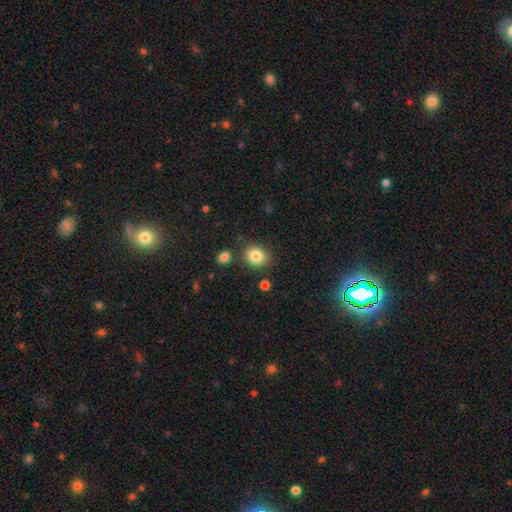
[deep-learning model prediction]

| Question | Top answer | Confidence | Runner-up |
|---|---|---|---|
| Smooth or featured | smooth | 84% | star or artifact (10%) |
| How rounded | round | 62% | in between (37%) |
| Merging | none | 81% | minor disturbance (10%) |